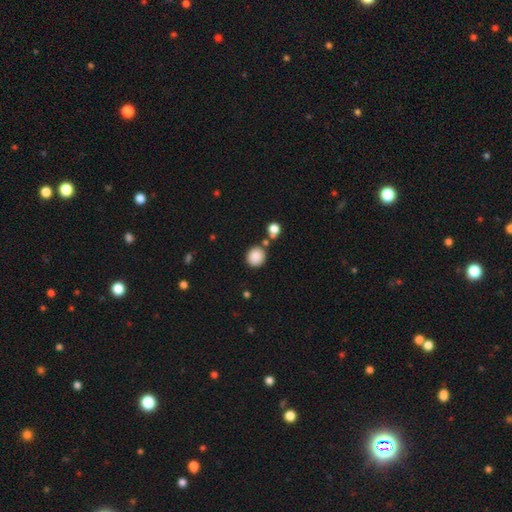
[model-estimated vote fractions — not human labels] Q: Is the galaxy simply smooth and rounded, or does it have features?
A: smooth — 86%.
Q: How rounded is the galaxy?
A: round — 87%.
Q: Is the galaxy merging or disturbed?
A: none — 76%.